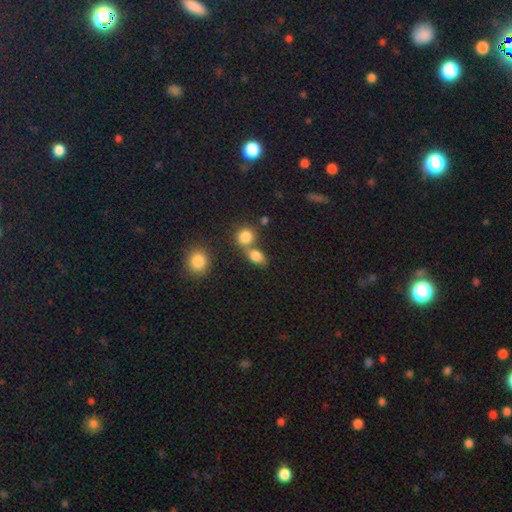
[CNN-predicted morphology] smooth 82%, star or artifact 11%, featured or disk 7%. Down the decision tree: how rounded — in between (67%); merging — none (47%).